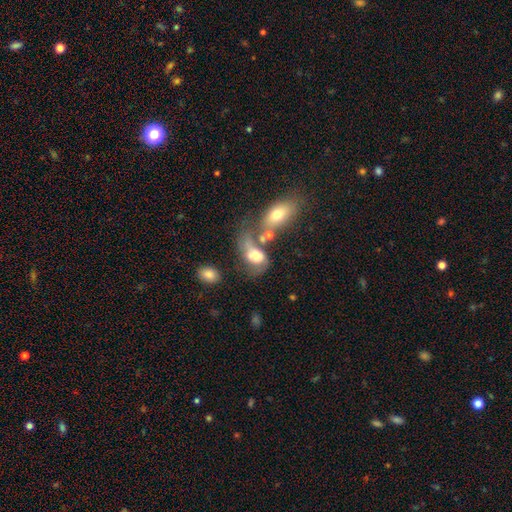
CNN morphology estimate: Smooth or featured: smooth — 54% (featured or disk — 35%)
How rounded: in between — 79% (round — 18%)
Merging: merger — 45% (major disturbance — 24%)